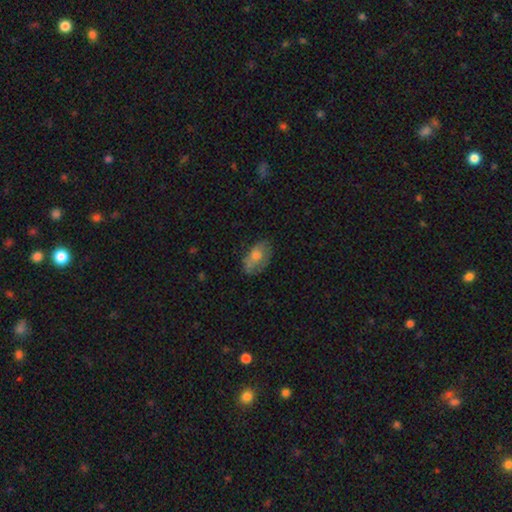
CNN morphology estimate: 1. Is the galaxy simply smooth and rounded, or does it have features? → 59% smooth, 32% featured or disk, 9% star or artifact.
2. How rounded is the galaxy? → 89% in between, 8% round, 2% cigar-shaped.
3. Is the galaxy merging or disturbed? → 59% none, 27% minor disturbance, 11% major disturbance, 3% merger.